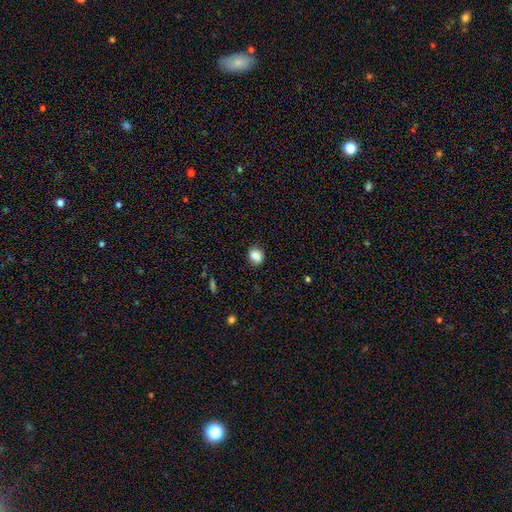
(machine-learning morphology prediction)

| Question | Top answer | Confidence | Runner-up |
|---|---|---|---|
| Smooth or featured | smooth | 86% | star or artifact (9%) |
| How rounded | round | 62% | in between (36%) |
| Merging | none | 83% | minor disturbance (13%) |